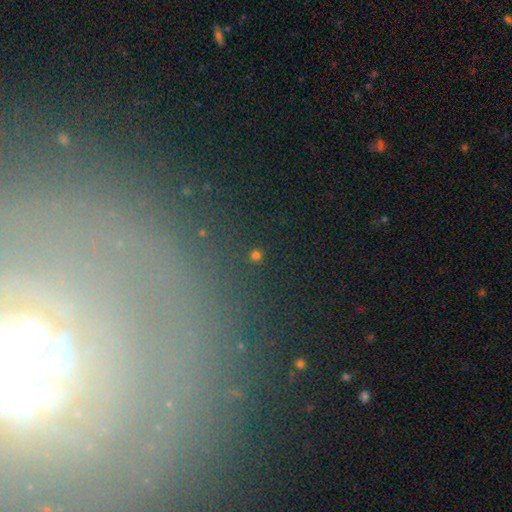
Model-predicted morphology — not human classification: This is possibly a smooth galaxy (47%). Merging: clearly none (86%).